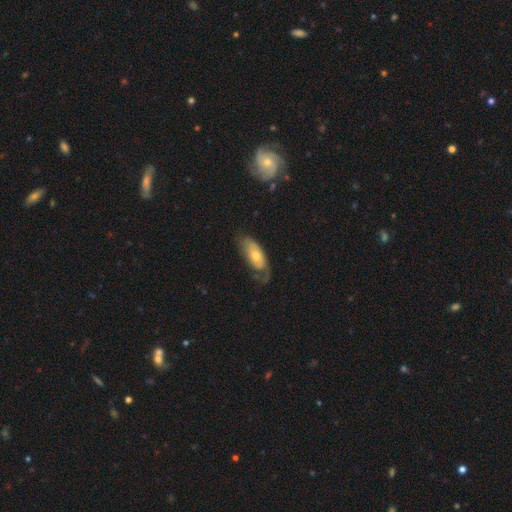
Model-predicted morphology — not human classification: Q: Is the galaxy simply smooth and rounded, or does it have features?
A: smooth — 51%.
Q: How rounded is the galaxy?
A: in between — 85%.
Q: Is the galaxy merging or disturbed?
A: none — 42%.